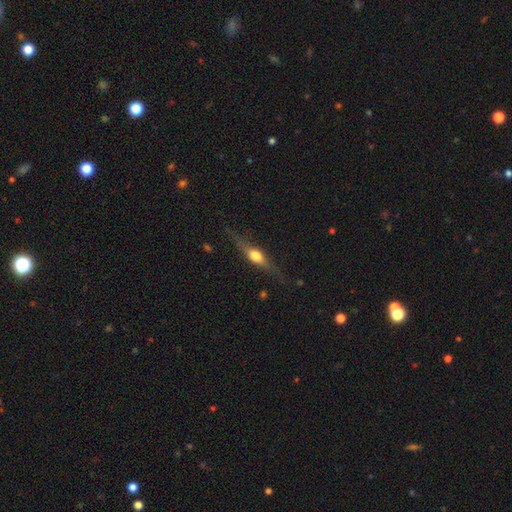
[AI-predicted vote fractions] Q: Smooth or featured?
A: featured or disk (63%); runner-up: smooth (30%)
Q: Edge-on disk?
A: yes (95%); runner-up: no (5%)
Q: Edge-on bulge?
A: rounded (93%); runner-up: boxy (5%)
Q: Merging?
A: none (80%); runner-up: minor disturbance (14%)